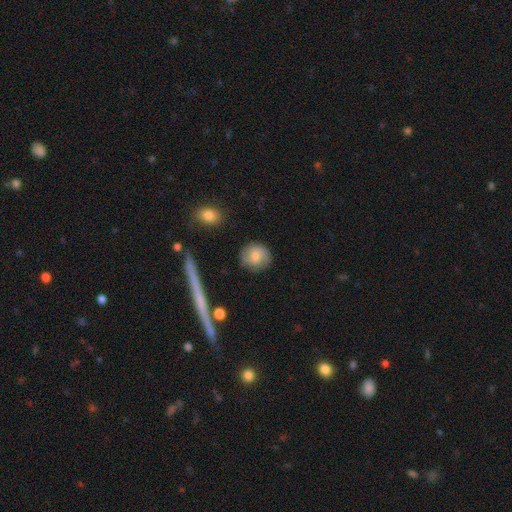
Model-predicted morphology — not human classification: Q: Smooth or featured?
A: smooth (64%); runner-up: featured or disk (29%)
Q: How rounded?
A: round (83%); runner-up: in between (15%)
Q: Merging?
A: none (79%); runner-up: minor disturbance (14%)